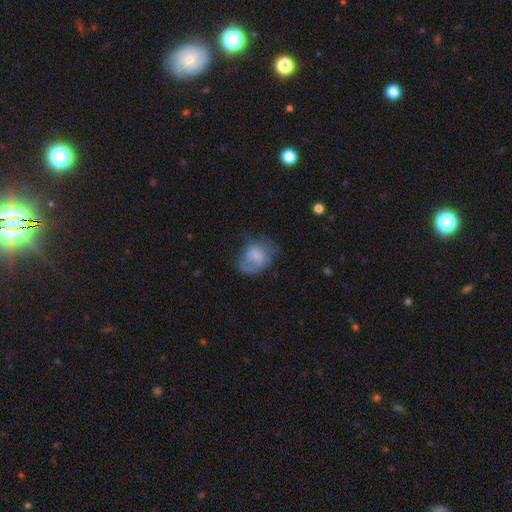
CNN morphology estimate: This is possibly a smooth galaxy (58%). How rounded: possibly in between (58%). Merging: marginally none (36%).